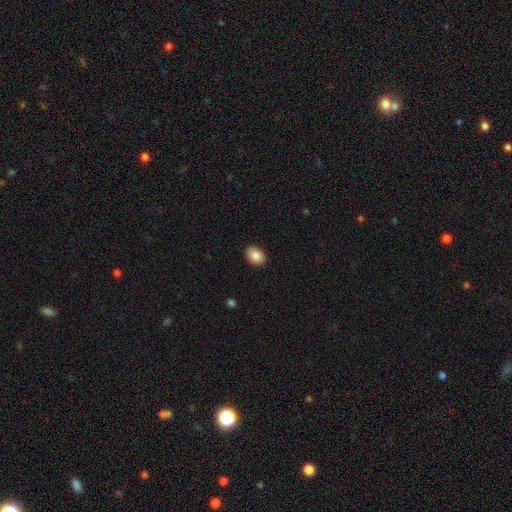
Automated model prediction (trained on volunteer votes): Q: Smooth or featured?
A: smooth (87%); runner-up: star or artifact (8%)
Q: How rounded?
A: in between (77%); runner-up: round (22%)
Q: Merging?
A: none (90%); runner-up: minor disturbance (7%)